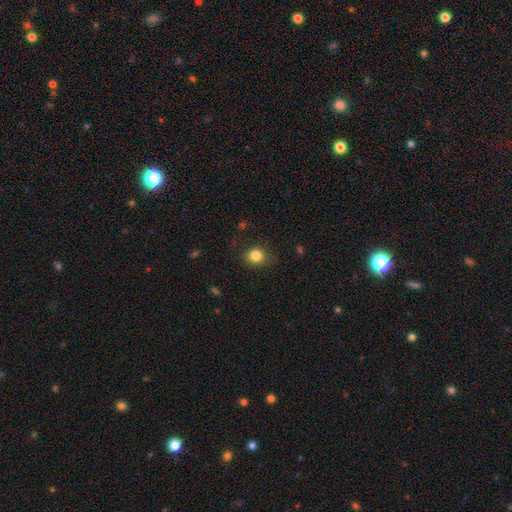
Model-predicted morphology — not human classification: smooth-or-featured: smooth: 83% | star or artifact: 11% | featured or disk: 5%
  how-rounded: round: 76% | in between: 23% | cigar-shaped: 1%
  merging: none: 82% | minor disturbance: 13% | major disturbance: 4% | merger: 1%